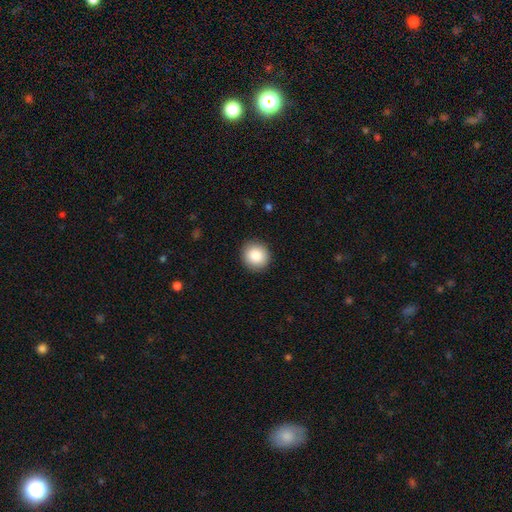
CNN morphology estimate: smooth 87%, star or artifact 8%, featured or disk 5%. Down the decision tree: how rounded — round (91%); merging — none (92%).